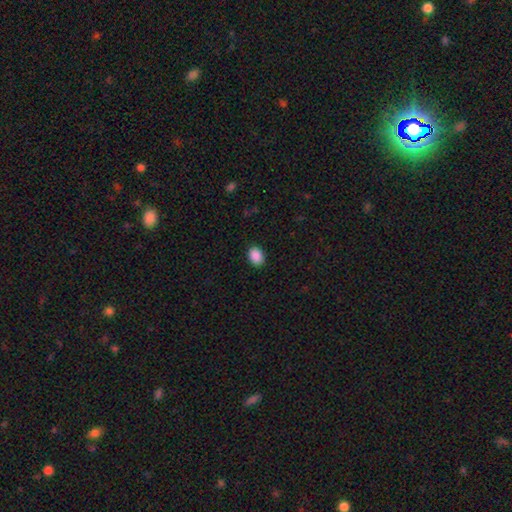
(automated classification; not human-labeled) smooth_or_featured: smooth (p=0.89) [alt: star or artifact p=0.08]
how_rounded: in between (p=0.69) [alt: round p=0.30]
merging: none (p=0.89) [alt: minor disturbance p=0.08]